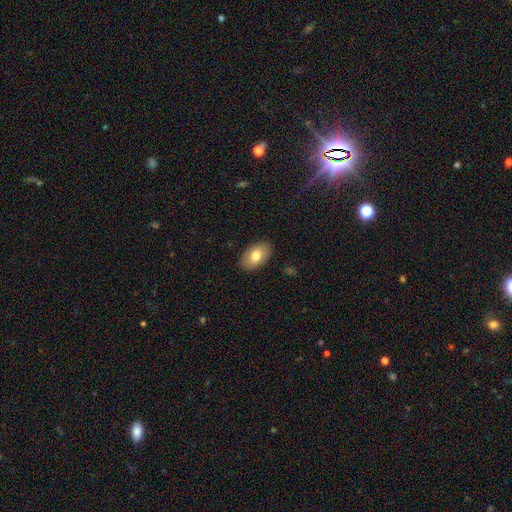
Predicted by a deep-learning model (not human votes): Smooth or featured: smooth — 76% (featured or disk — 17%)
How rounded: in between — 92% (round — 7%)
Merging: none — 88% (minor disturbance — 9%)